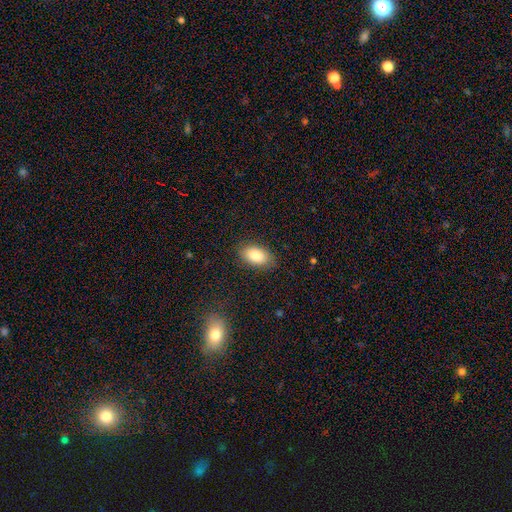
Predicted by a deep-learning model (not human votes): Smooth or featured? smooth (84%)
How rounded? in between (92%)
Merging? none (84%)